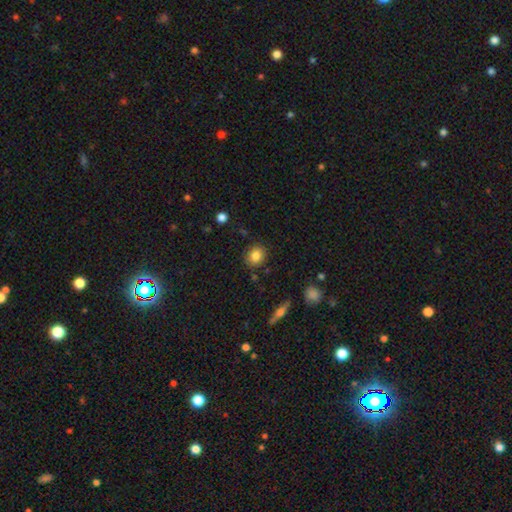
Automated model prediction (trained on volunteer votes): The model was most divided on "how rounded": round: 71%, in between: 27%, cigar-shaped: 1%. More confident: merging — none (86%); smooth or featured — smooth (83%).